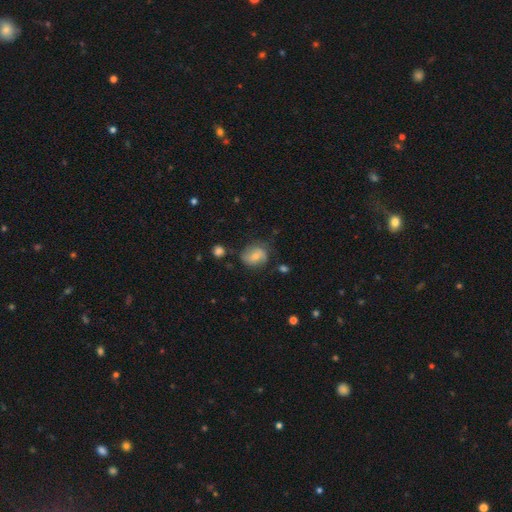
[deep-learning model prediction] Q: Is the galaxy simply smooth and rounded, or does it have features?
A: smooth — 58%.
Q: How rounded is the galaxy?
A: round — 56%.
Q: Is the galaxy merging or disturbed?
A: none — 60%.